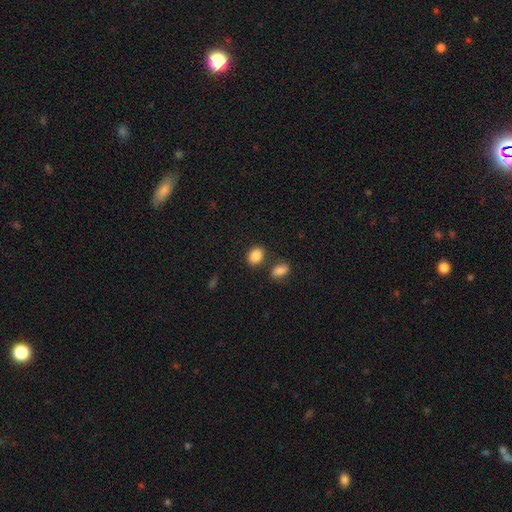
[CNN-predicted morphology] A smooth galaxy with no disk features (87%) that is in between round and cigar-shaped (62%).

Vote fractions:
- Smooth or featured? smooth: 87% / star or artifact: 9% / featured or disk: 4%
- How rounded? in between: 62% / round: 36% / cigar-shaped: 1%
- Merging? none: 76% / minor disturbance: 11% / merger: 10% / major disturbance: 3%